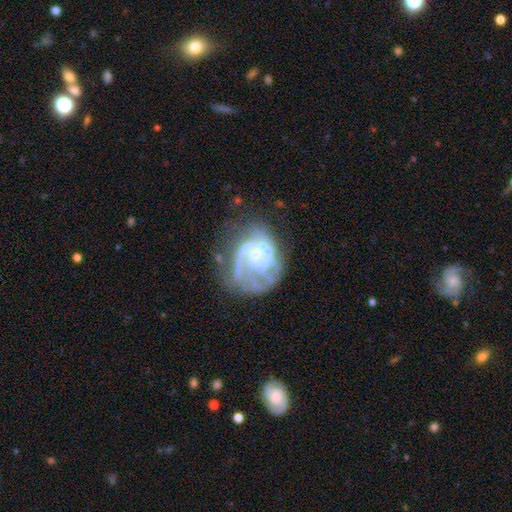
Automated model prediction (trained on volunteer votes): smooth_or_featured: featured or disk (p=0.83) [alt: smooth p=0.10]
disk_edge_on: no (p=0.98) [alt: yes p=0.02]
bar: no (p=0.73) [alt: weak p=0.22]
has_spiral_arms: yes (p=0.84) [alt: no p=0.16]
spiral_winding: tight (p=0.54) [alt: medium p=0.34]
spiral_arm_count: can't tell (p=0.33) [alt: 2 p=0.29]
bulge_size: small (p=0.66) [alt: moderate p=0.23]
merging: none (p=0.48) [alt: major disturbance p=0.26]